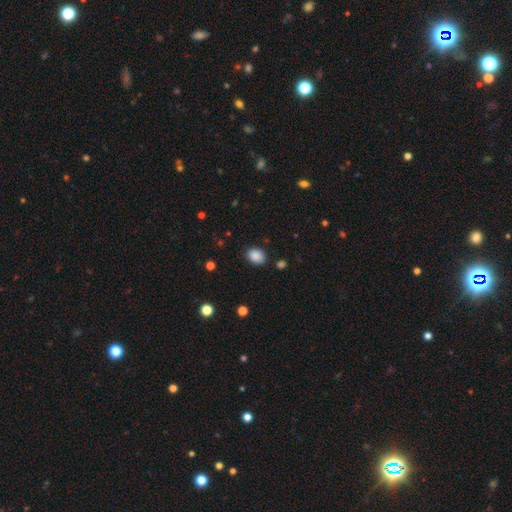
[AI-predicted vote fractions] smooth 87%, star or artifact 9%, featured or disk 3%. Down the decision tree: how rounded — in between (66%); merging — none (85%).